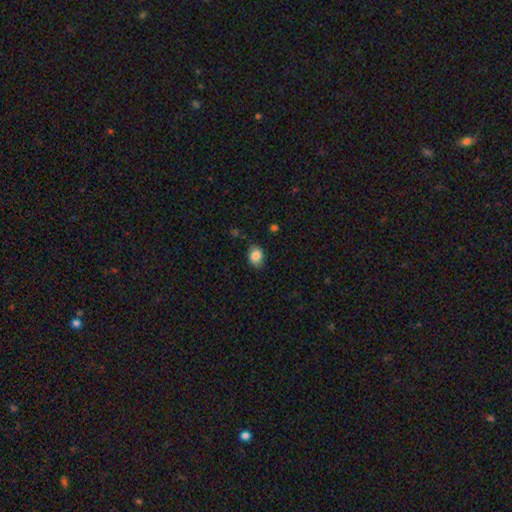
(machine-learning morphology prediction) This is clearly a smooth galaxy (84%). How rounded: likely in between (68%). Merging: clearly none (80%).